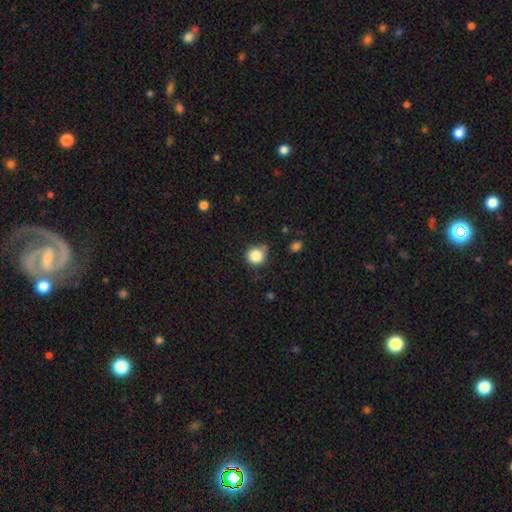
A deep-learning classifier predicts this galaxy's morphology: Smooth or featured?
  - smooth: 84% *
  - star or artifact: 11%
  - featured or disk: 5%
How rounded?
  - round: 93% *
  - in between: 6%
  - cigar-shaped: 1%
Merging?
  - none: 76% *
  - minor disturbance: 16%
  - merger: 4%
  - major disturbance: 4%